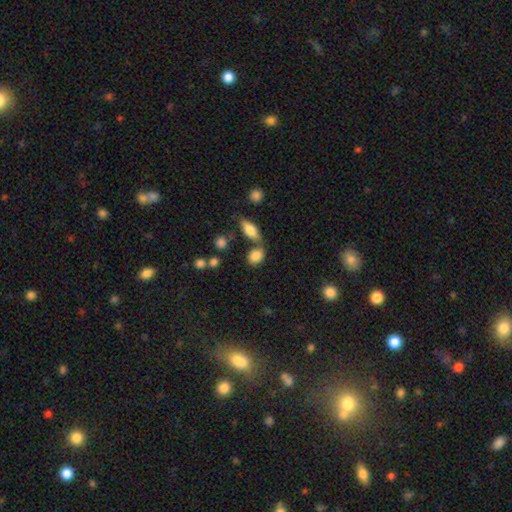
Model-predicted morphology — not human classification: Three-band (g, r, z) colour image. It shows a smooth galaxy with no disk features (84%) that is in between round and cigar-shaped (66%). Merging: none (58%).